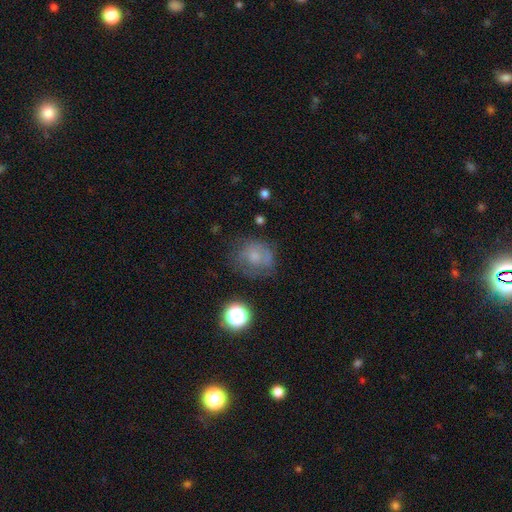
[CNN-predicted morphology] Smooth or featured: smooth — 59% (featured or disk — 26%)
How rounded: round — 71% (in between — 28%)
Merging: none — 54% (minor disturbance — 26%)